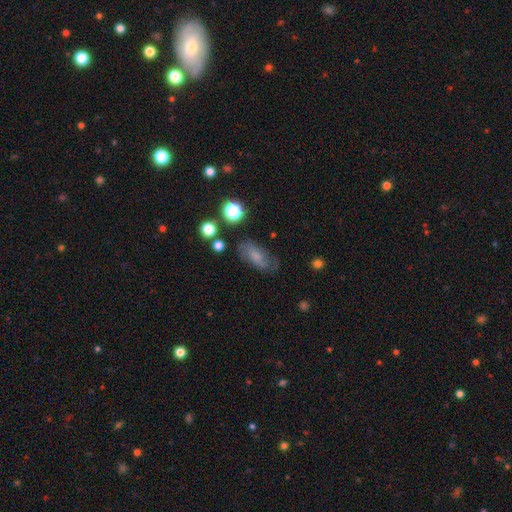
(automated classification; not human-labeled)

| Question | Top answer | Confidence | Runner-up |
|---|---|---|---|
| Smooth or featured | smooth | 57% | featured or disk (31%) |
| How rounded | in between | 82% | cigar-shaped (10%) |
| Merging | none | 69% | minor disturbance (20%) |